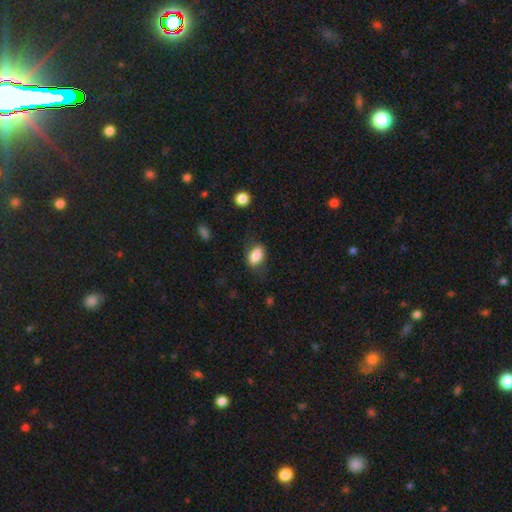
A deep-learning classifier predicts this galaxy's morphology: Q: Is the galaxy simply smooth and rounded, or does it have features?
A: smooth — 84%.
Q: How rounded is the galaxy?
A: in between — 88%.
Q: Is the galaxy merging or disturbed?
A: none — 68%.